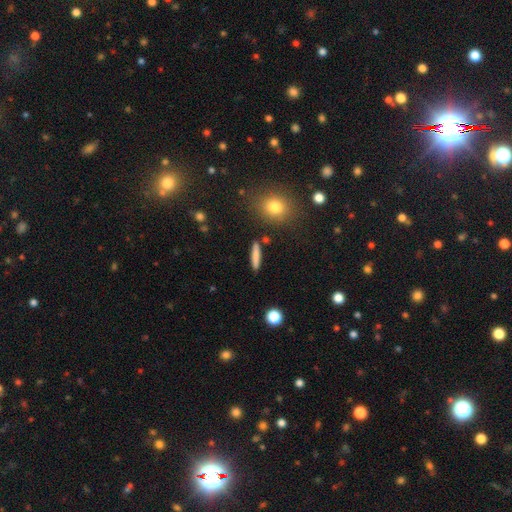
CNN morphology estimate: smooth-or-featured: smooth: 78% | featured or disk: 15% | star or artifact: 8%
  how-rounded: cigar-shaped: 87% | in between: 10% | round: 3%
  merging: none: 87% | minor disturbance: 8% | merger: 3% | major disturbance: 2%